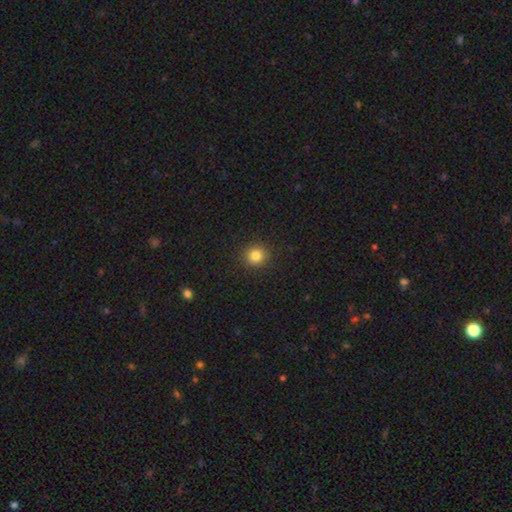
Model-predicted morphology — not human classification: Smooth or featured?
  - smooth: 83% *
  - star or artifact: 12%
  - featured or disk: 5%
How rounded?
  - round: 92% *
  - in between: 7%
  - cigar-shaped: 1%
Merging?
  - none: 92% *
  - minor disturbance: 5%
  - major disturbance: 2%
  - merger: 1%